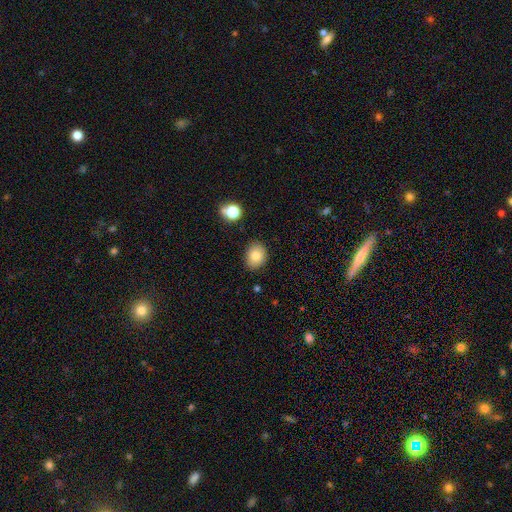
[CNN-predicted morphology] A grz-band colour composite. It shows a smooth galaxy with no disk features (81%) that is in between round and cigar-shaped (55%). Merging: none (85%).